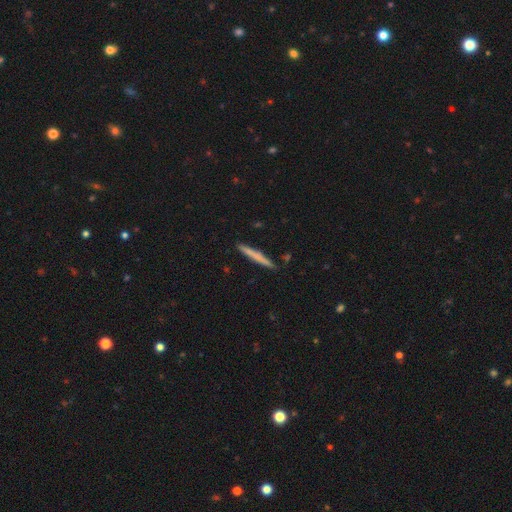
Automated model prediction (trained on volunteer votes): A smooth galaxy with no disk features (65%) that is cigar-shaped (96%). Merging: none (90%).